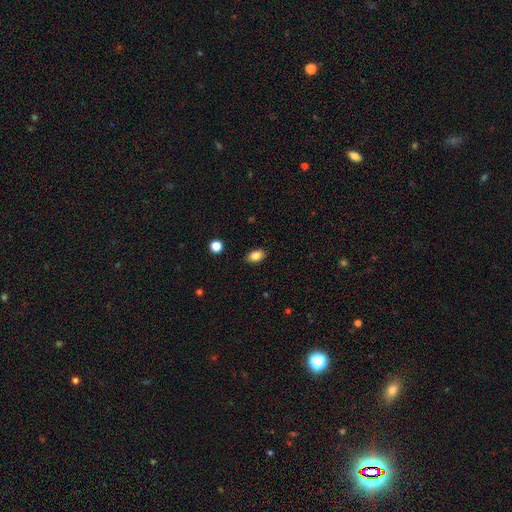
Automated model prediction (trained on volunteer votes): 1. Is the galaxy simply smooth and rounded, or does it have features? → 84% smooth, 9% star or artifact, 7% featured or disk.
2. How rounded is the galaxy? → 86% in between, 12% round, 1% cigar-shaped.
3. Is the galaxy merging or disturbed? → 88% none, 9% minor disturbance, 2% major disturbance, 1% merger.